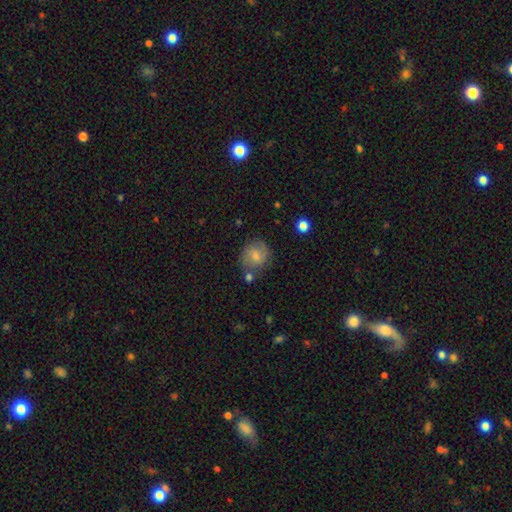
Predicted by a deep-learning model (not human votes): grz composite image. It shows a smooth galaxy with no disk features (63%) that is round (77%). Merging: none (69%).